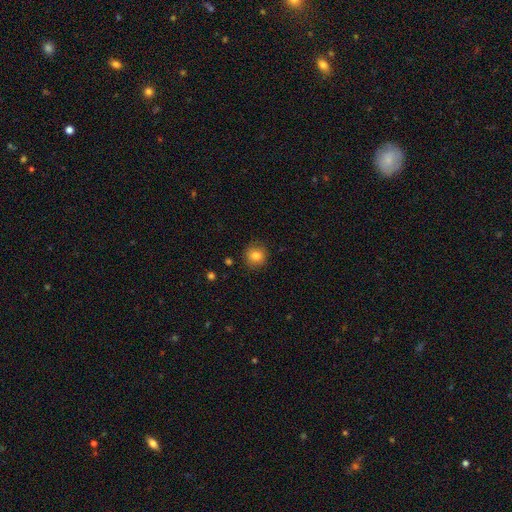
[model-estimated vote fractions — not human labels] smooth-or-featured: smooth: 81% | star or artifact: 10% | featured or disk: 8%
  how-rounded: round: 89% | in between: 10% | cigar-shaped: 1%
  merging: none: 87% | minor disturbance: 9% | major disturbance: 2% | merger: 1%